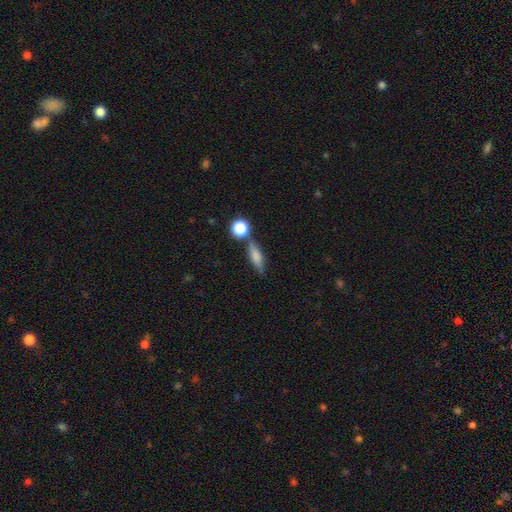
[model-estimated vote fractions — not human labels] Smooth or featured? Predicted: smooth (p=0.69). How rounded? Predicted: in between (p=0.50). Merging? Predicted: none (p=0.61).